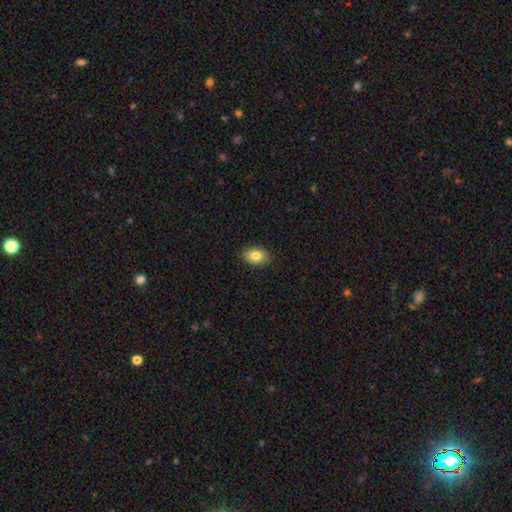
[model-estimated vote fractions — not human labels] Overall: smooth (83%). How rounded: in between (84%). Merging: none (88%).